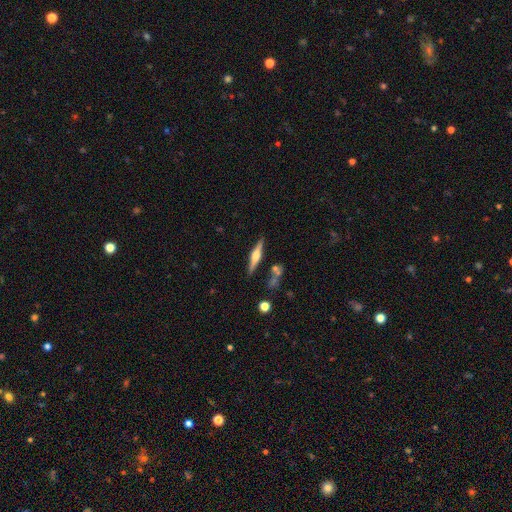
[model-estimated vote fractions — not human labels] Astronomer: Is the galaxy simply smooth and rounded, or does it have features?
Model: featured or disk — 70%.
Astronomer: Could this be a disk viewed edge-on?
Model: yes — 97%.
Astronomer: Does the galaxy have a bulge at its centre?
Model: rounded — 84%.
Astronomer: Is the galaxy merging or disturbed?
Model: none — 81%.